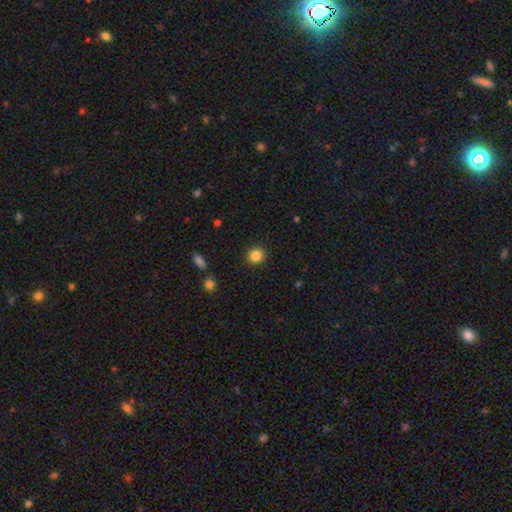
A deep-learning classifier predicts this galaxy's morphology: Smooth or featured? Predicted: smooth (p=0.86). How rounded? Predicted: round (p=0.84). Merging? Predicted: none (p=0.91).